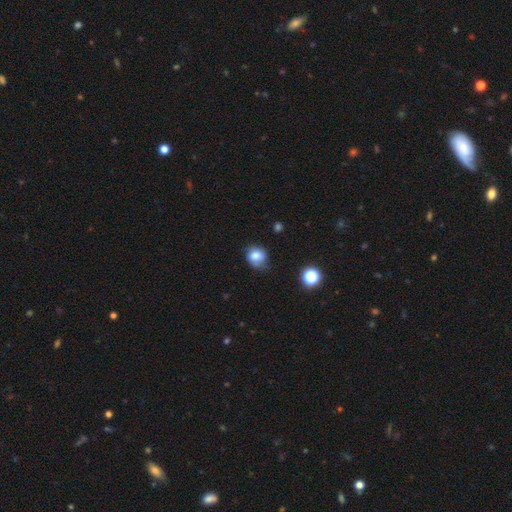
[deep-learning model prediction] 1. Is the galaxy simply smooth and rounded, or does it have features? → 75% smooth, 14% featured or disk, 11% star or artifact.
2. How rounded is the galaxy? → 62% round, 37% in between, 1% cigar-shaped.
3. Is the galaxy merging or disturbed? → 54% none, 33% minor disturbance, 10% major disturbance, 4% merger.